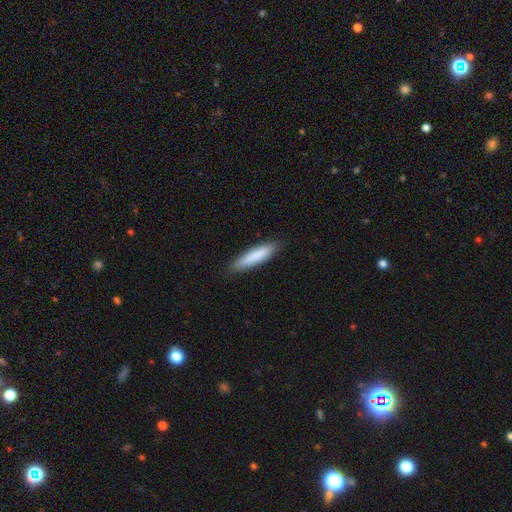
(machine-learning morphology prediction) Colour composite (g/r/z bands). It shows a smooth galaxy with no disk features (84%) that is cigar-shaped (82%). Merging: none (86%).